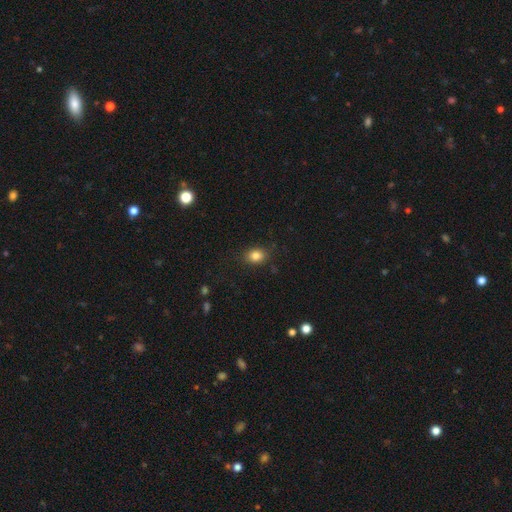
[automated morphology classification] The model was most divided on "how rounded": in between: 63%, round: 36%, cigar-shaped: 1%. More confident: smooth or featured — smooth (84%); merging — none (83%).